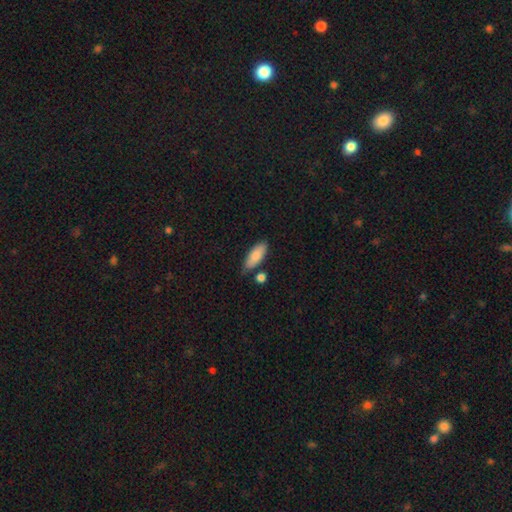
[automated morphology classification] smooth 84%, featured or disk 10%, star or artifact 6%. Down the decision tree: how rounded — in between (77%); merging — none (73%).